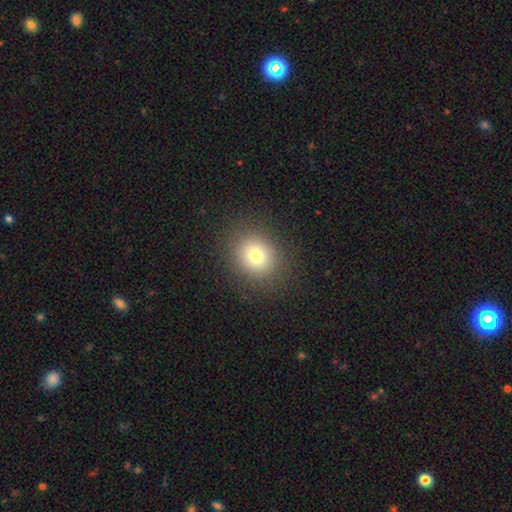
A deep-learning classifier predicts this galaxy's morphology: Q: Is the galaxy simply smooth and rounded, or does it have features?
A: smooth — 76%.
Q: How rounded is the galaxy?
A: round — 76%.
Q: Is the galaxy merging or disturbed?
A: none — 88%.